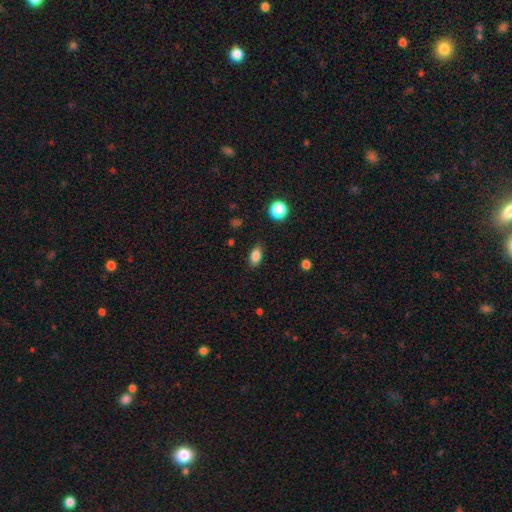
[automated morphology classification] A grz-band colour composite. It shows a smooth galaxy with no disk features (84%) that is in between round and cigar-shaped (86%). Merging: none (86%).